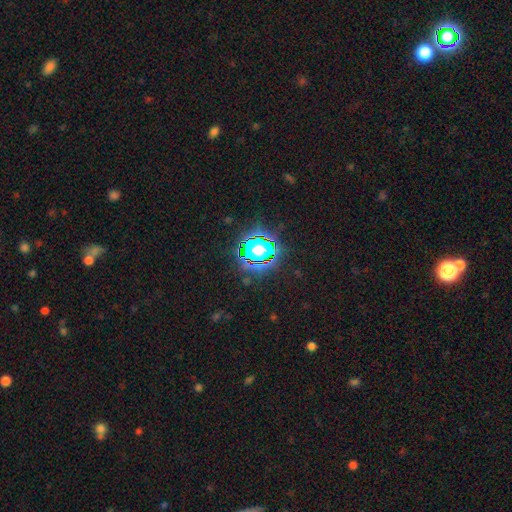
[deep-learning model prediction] smooth-or-featured: star or artifact: 79% | smooth: 14% | featured or disk: 8%